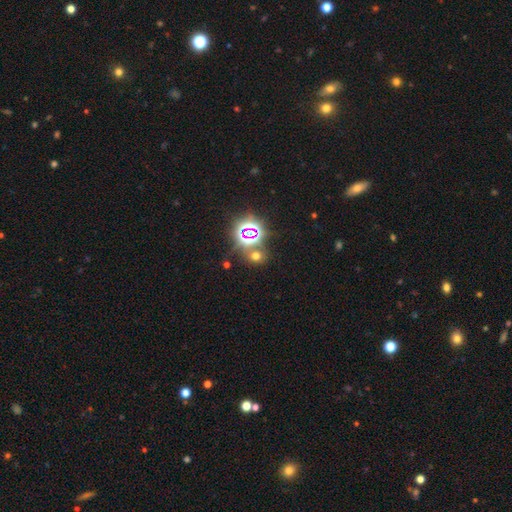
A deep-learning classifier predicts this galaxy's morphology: type=star or artifact (48%).